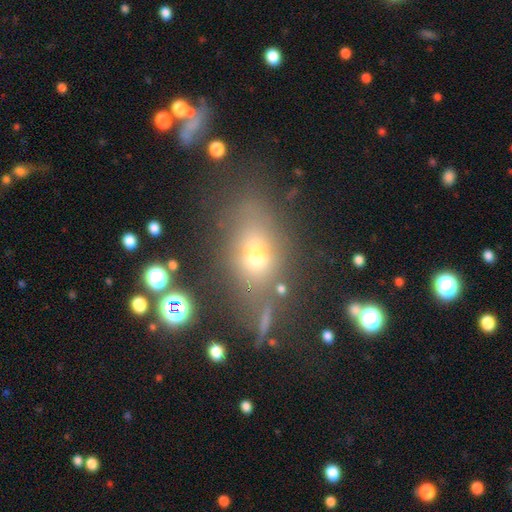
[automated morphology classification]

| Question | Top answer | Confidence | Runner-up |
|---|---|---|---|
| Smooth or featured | smooth | 56% | featured or disk (22%) |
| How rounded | in between | 71% | round (21%) |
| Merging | none | 67% | minor disturbance (16%) |